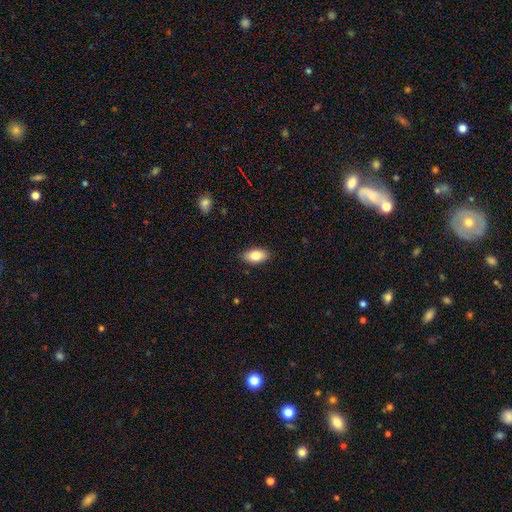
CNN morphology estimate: This appears to be a smooth galaxy with no disk features (81%) that is in between round and cigar-shaped (91%). Merging: none (87%).